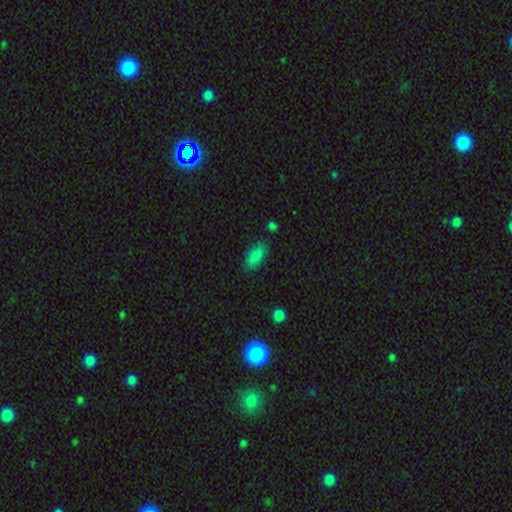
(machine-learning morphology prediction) Smooth or featured? Predicted: smooth (p=0.83). How rounded? Predicted: in between (p=0.89). Merging? Predicted: none (p=0.81).